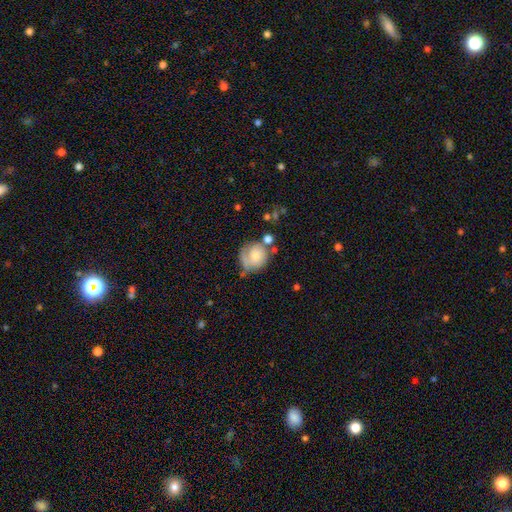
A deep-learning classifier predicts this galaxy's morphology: type=smooth (56%); roundness=round (79%); merging=none (45%).